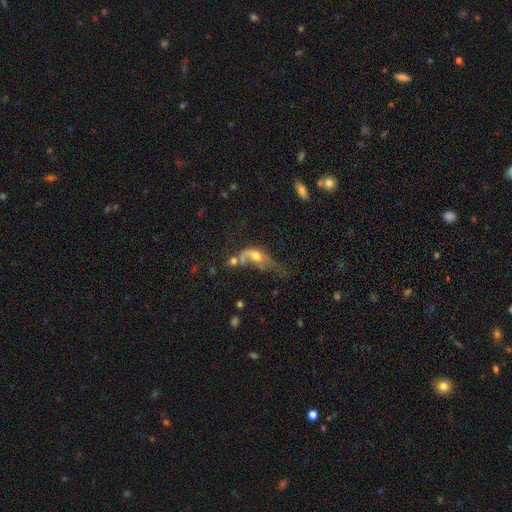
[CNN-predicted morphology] This appears to be a smooth galaxy with no disk features (47%). Merging: major disturbance (37%).